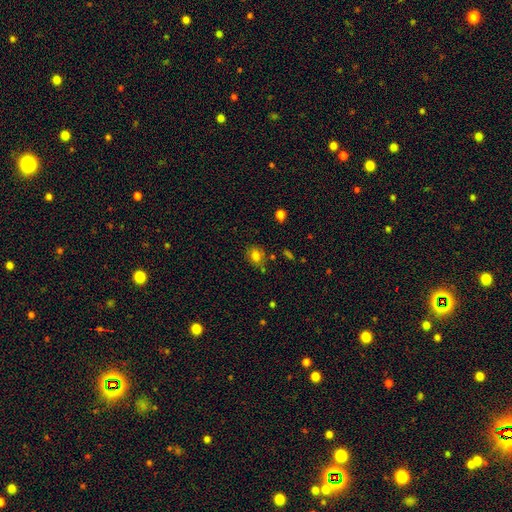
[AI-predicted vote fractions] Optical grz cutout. It shows a smooth galaxy with no disk features (79%) that is round (50%). Merging: none (72%).